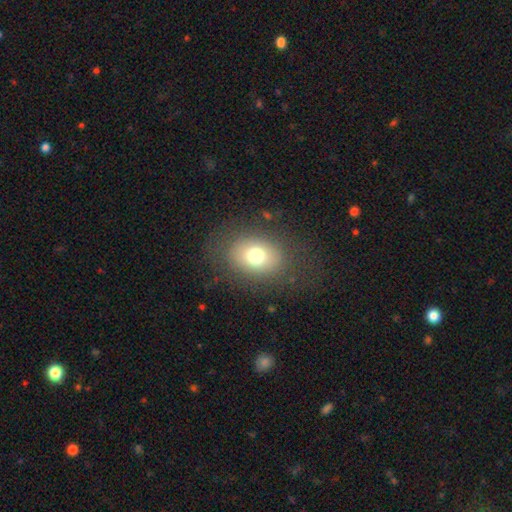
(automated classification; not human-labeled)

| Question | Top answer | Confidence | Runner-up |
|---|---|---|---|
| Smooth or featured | smooth | 73% | featured or disk (14%) |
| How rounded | in between | 57% | round (42%) |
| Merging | none | 79% | minor disturbance (11%) |